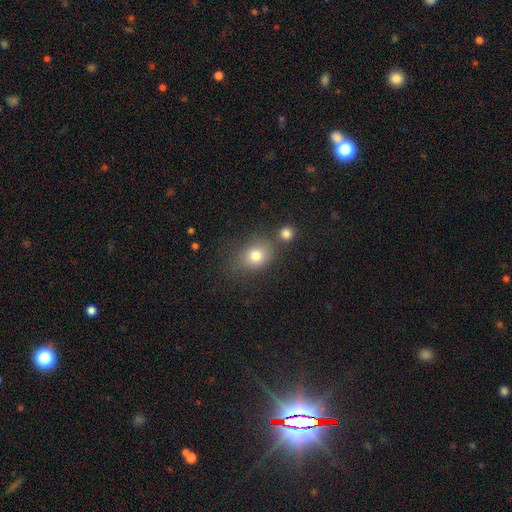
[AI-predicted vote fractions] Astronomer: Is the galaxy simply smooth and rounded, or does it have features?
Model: smooth — 78%.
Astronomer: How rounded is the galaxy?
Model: in between — 56% (runner-up: round, 42%).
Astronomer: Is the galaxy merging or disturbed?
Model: none — 59%.